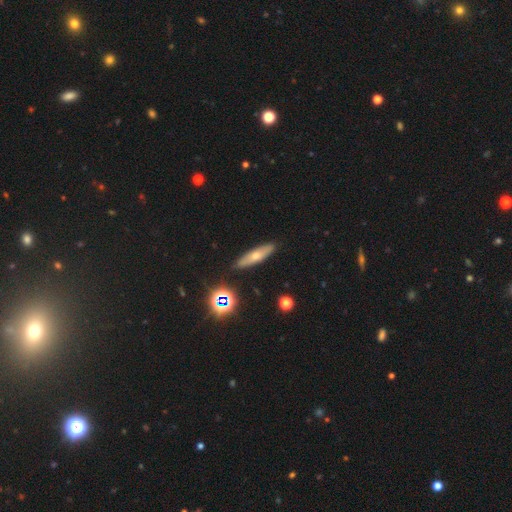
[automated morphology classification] This appears to be a smooth galaxy with no disk features (50%) that is cigar-shaped (71%). Merging: none (88%).